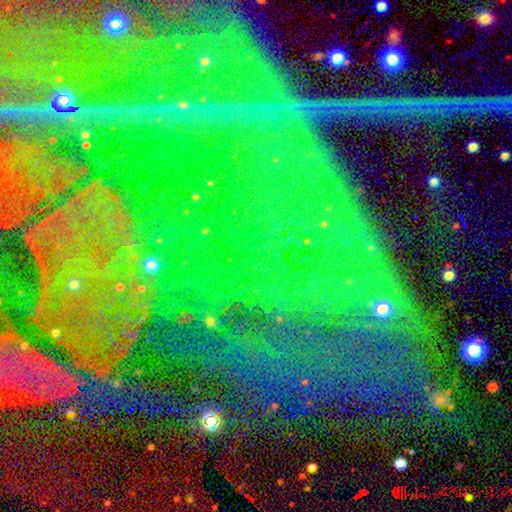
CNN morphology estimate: Smooth or featured?
  - star or artifact: 82% *
  - featured or disk: 11%
  - smooth: 7%